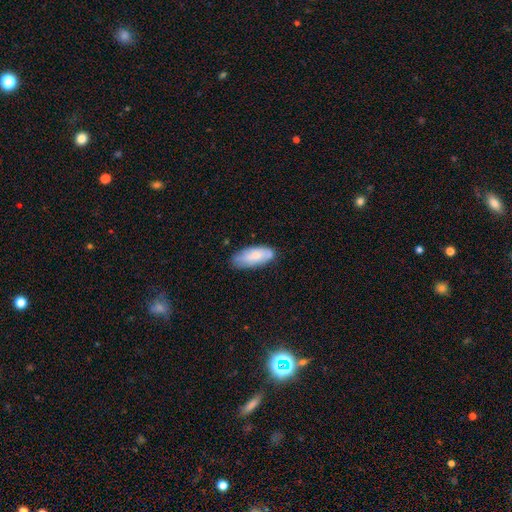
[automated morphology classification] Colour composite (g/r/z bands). It shows a smooth galaxy with no disk features (70%) that is in between round and cigar-shaped (85%). Merging: none (68%).